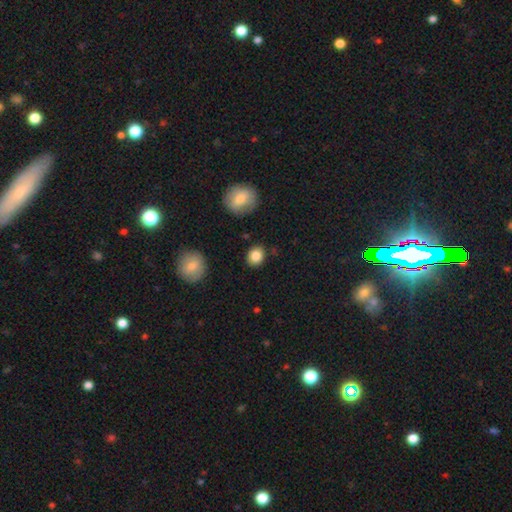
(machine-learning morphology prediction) This is clearly a smooth galaxy (85%). How rounded: likely round (64%). Merging: clearly none (86%).